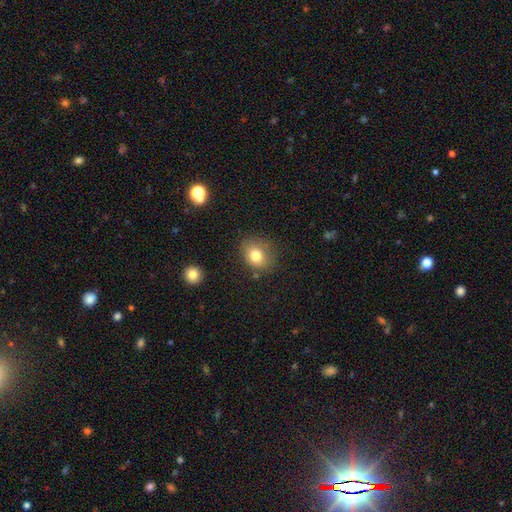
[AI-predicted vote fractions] smooth_or_featured: smooth (p=0.78) [alt: star or artifact p=0.11]
how_rounded: round (p=0.55) [alt: in between p=0.44]
merging: none (p=0.76) [alt: minor disturbance p=0.16]